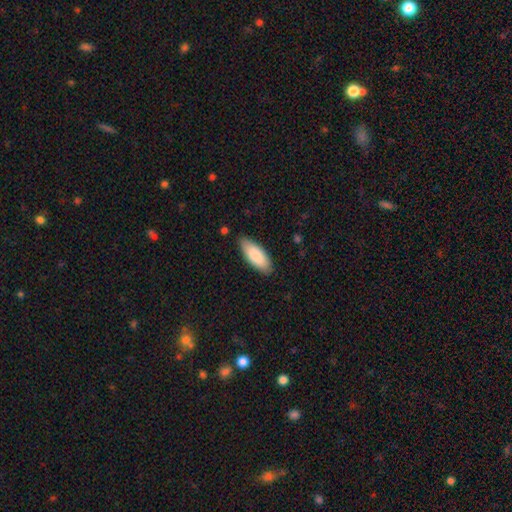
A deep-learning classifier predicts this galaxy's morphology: smooth-or-featured: smooth: 86% | featured or disk: 9% | star or artifact: 5%
  how-rounded: in between: 78% | cigar-shaped: 21% | round: 1%
  merging: none: 85% | minor disturbance: 12% | major disturbance: 2% | merger: 1%